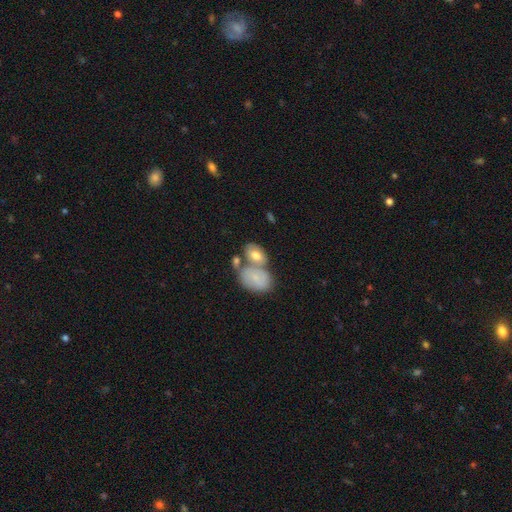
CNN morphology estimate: A smooth galaxy with no disk features (53%) that is in between round and cigar-shaped (65%). Merging: merger (47%).